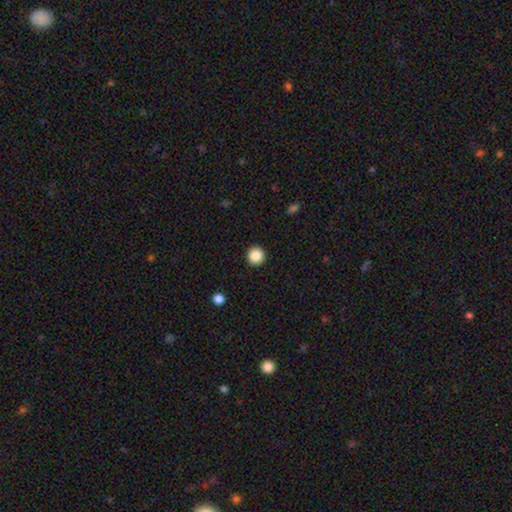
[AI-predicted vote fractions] This appears to be a smooth galaxy with no disk features (86%) that is round (95%). Merging: none (93%).